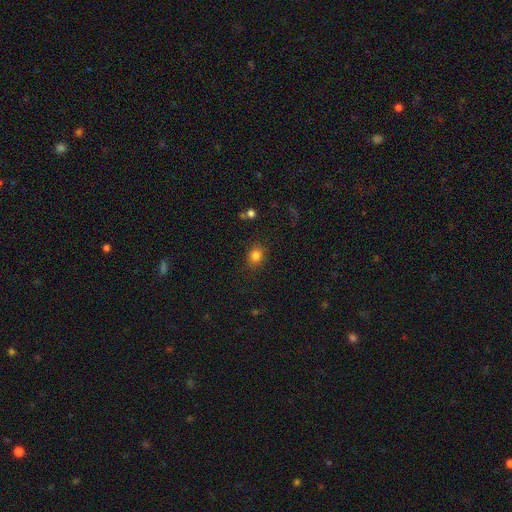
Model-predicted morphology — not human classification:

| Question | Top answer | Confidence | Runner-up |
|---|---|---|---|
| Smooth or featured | smooth | 82% | star or artifact (12%) |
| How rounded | round | 61% | in between (38%) |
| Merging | none | 85% | minor disturbance (10%) |